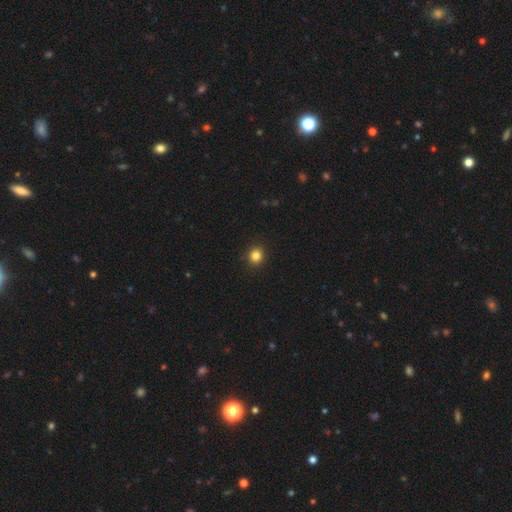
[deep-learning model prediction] Smooth or featured? smooth (84%)
How rounded? round (85%)
Merging? none (92%)